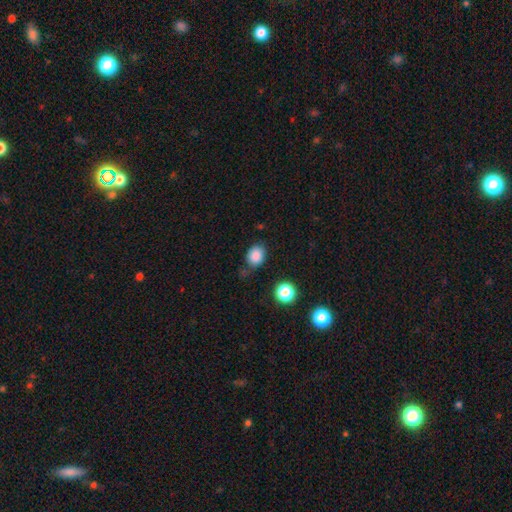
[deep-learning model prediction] A smooth galaxy with no disk features (86%) that is in between round and cigar-shaped (50%).

Vote fractions:
- Smooth or featured? smooth: 86% / star or artifact: 10% / featured or disk: 4%
- How rounded? in between: 50% / round: 49% / cigar-shaped: 1%
- Merging? none: 68% / minor disturbance: 21% / major disturbance: 6% / merger: 5%